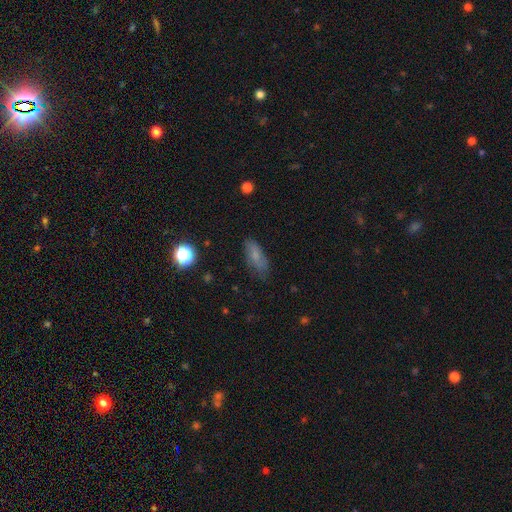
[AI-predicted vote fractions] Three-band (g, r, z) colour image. It shows a smooth galaxy with no disk features (70%) that is in between round and cigar-shaped (75%). Merging: none (72%).